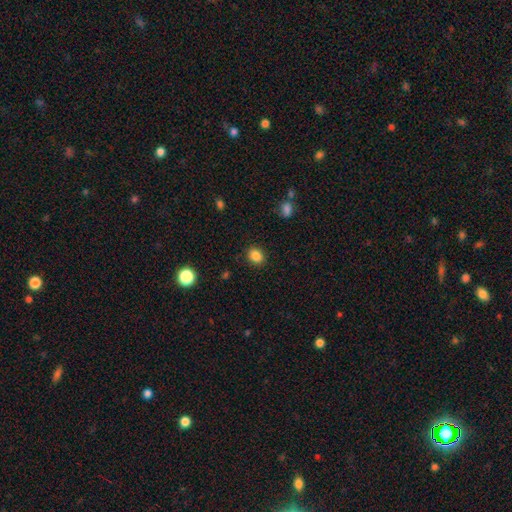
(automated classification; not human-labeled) Overall: smooth (85%). How rounded: round (56%; in between 43%). Merging: none (88%).